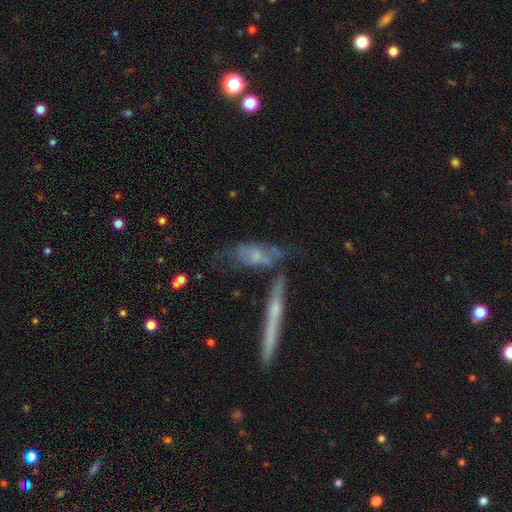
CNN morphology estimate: type=featured or disk (47%); merging=none (41%).